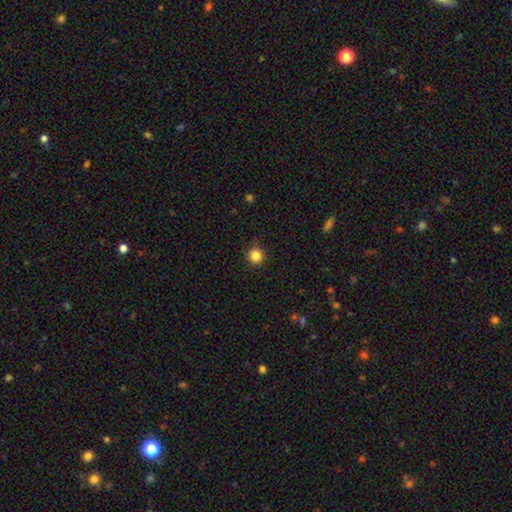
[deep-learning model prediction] A smooth galaxy with no disk features (85%) that is round (95%).

Vote fractions:
- Smooth or featured? smooth: 85% / star or artifact: 11% / featured or disk: 4%
- How rounded? round: 95% / in between: 4% / cigar-shaped: 1%
- Merging? none: 87% / minor disturbance: 9% / major disturbance: 2% / merger: 1%